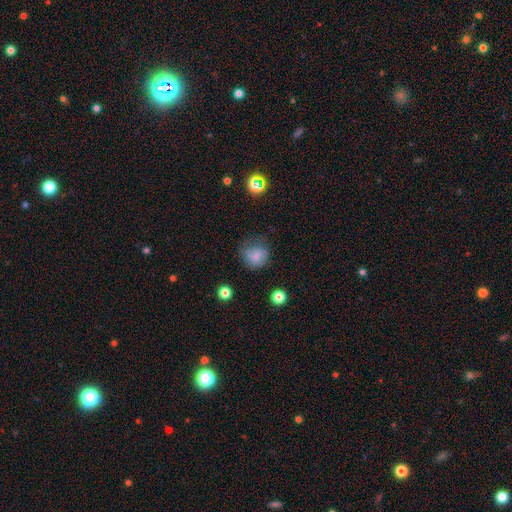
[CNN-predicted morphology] Overall: smooth (75%). How rounded: round (79%). Merging: none (59%; minor disturbance 25%).